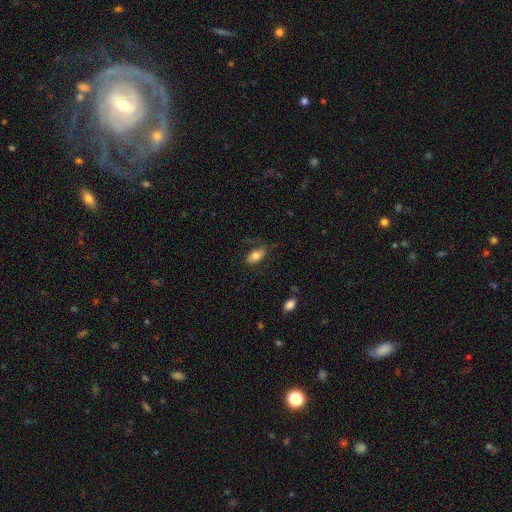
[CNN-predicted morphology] smooth 74%, featured or disk 18%, star or artifact 8%. Down the decision tree: how rounded — in between (90%); merging — none (61%).